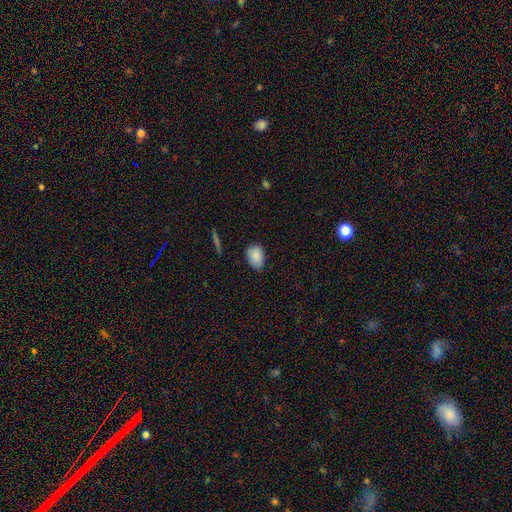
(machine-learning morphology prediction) This is clearly a smooth galaxy (86%). How rounded: clearly in between (81%). Merging: likely none (70%).